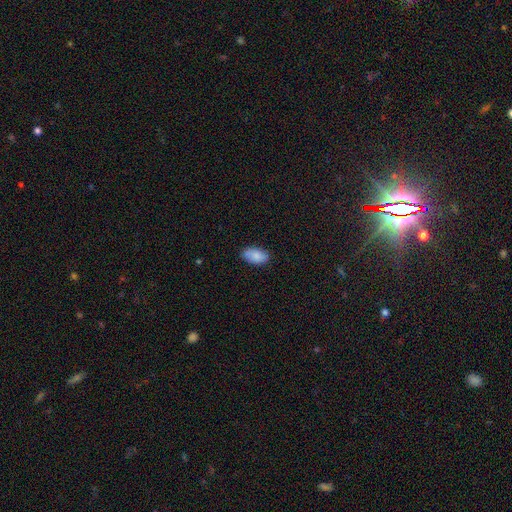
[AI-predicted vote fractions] A smooth galaxy with no disk features (84%) that is in between round and cigar-shaped (94%).

Vote fractions:
- Smooth or featured? smooth: 84% / featured or disk: 9% / star or artifact: 7%
- How rounded? in between: 94% / round: 4% / cigar-shaped: 2%
- Merging? none: 81% / minor disturbance: 15% / major disturbance: 3% / merger: 1%